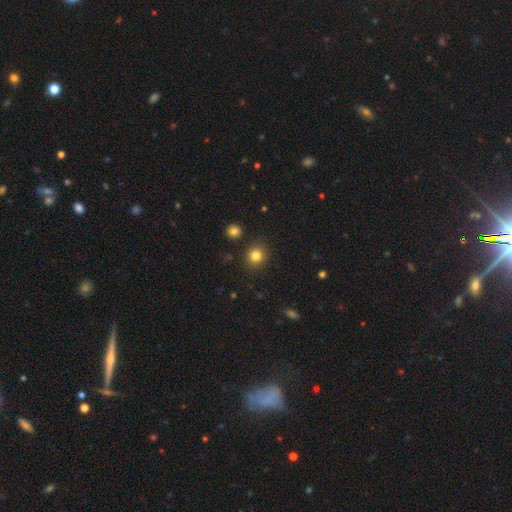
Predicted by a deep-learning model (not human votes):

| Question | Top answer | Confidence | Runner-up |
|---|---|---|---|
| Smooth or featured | smooth | 83% | star or artifact (12%) |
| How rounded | round | 83% | in between (16%) |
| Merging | none | 88% | minor disturbance (8%) |